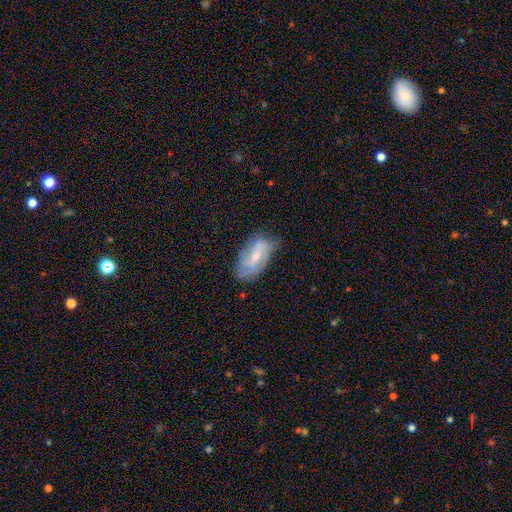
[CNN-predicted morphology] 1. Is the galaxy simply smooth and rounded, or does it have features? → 60% featured or disk, 32% smooth, 8% star or artifact.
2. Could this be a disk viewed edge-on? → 93% no, 7% yes.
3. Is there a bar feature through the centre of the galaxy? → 44% weak, 42% no, 14% strong.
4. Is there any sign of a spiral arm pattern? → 76% yes, 24% no.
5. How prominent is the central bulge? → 50% small, 43% moderate, 4% none, 2% large, 1% dominant.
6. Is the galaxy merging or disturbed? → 63% none, 26% minor disturbance, 9% major disturbance, 2% merger.